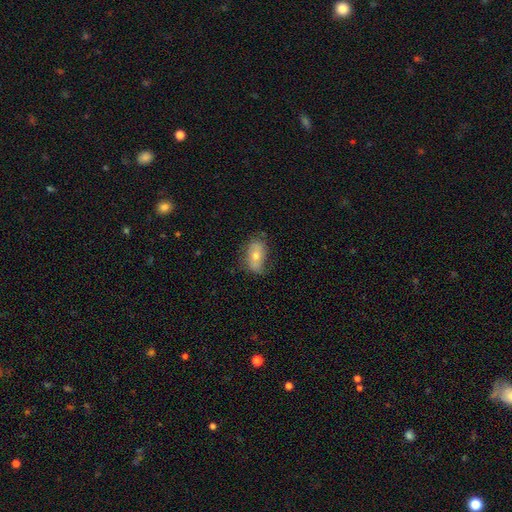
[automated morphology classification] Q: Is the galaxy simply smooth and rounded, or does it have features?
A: smooth — 50%.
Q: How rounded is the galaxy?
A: in between — 86%.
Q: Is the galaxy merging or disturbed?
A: none — 65%.